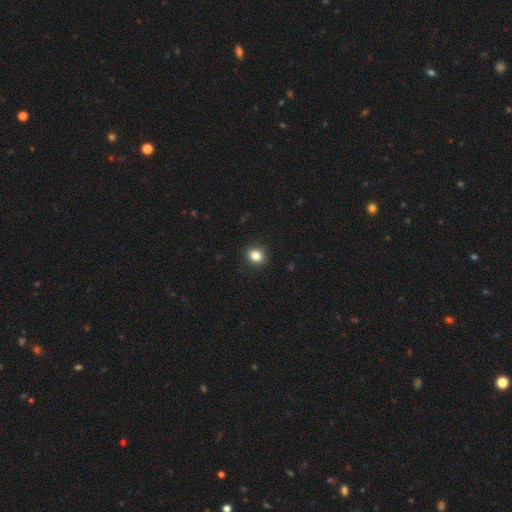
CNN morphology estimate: Smooth or featured? smooth (84%)
How rounded? round (68%)
Merging? none (90%)